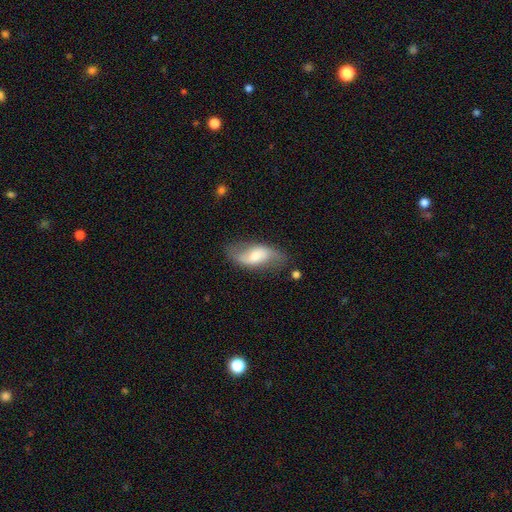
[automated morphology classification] This appears to be a featured or disk galaxy (59%) with a weak bar (46%), spiral arms (85%) and a moderate central bulge (50%). Merging: none (67%).